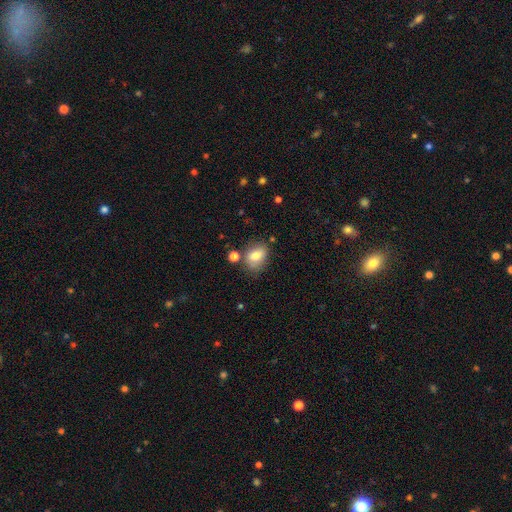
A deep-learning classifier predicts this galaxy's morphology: A smooth galaxy with no disk features (75%) that is in between round and cigar-shaped (69%). Merging: none (67%).